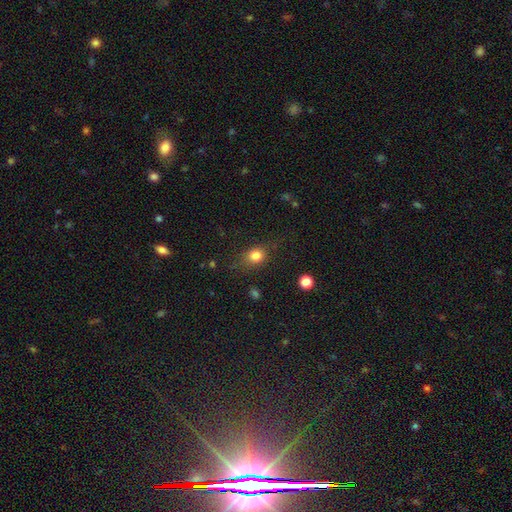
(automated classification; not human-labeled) Smooth or featured?
  - smooth: 81% *
  - star or artifact: 12%
  - featured or disk: 7%
How rounded?
  - round: 57% *
  - in between: 42%
  - cigar-shaped: 2%
Merging?
  - none: 73% *
  - minor disturbance: 18%
  - major disturbance: 7%
  - merger: 2%